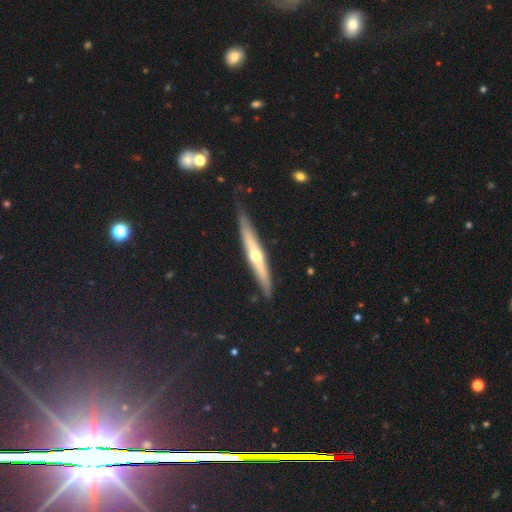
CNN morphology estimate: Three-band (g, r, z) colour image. It shows a featured or disk galaxy (64%) viewed edge-on (94%) with a rounded central bulge (85%). Merging: none (84%).